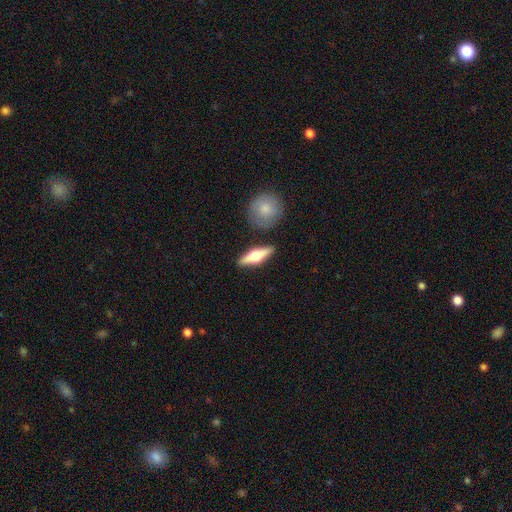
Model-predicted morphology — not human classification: This is possibly a featured or disk galaxy (58%). It is clearly viewed edge-on (94%). Edge-on bulge: clearly rounded (95%). Merging: clearly none (87%).